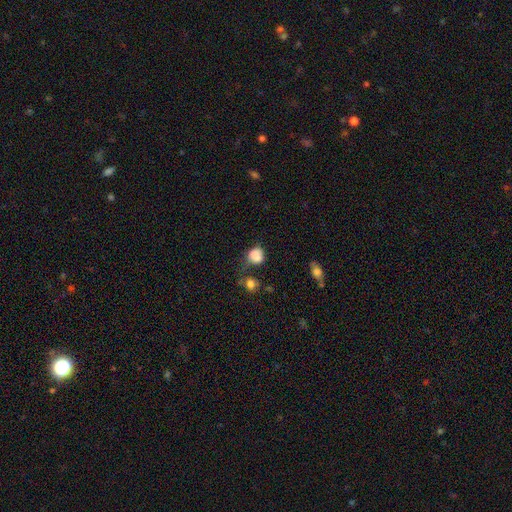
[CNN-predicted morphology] This appears to be a smooth galaxy with no disk features (78%) that is round (67%). Merging: none (45%).